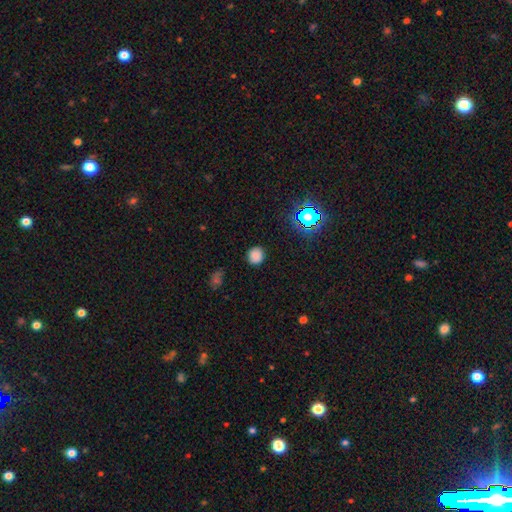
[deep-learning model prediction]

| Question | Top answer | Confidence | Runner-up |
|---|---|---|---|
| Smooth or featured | smooth | 79% | star or artifact (16%) |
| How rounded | round | 88% | in between (11%) |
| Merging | none | 86% | minor disturbance (9%) |